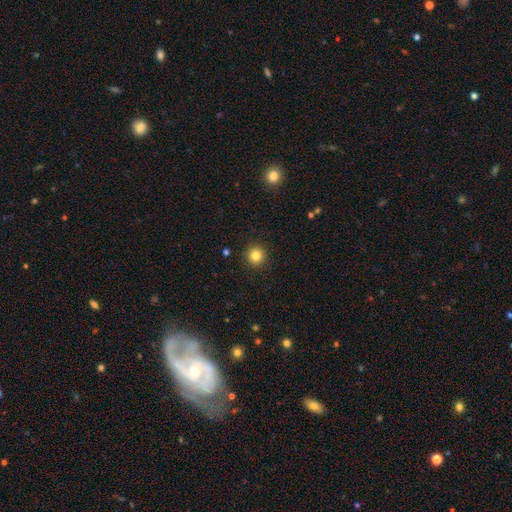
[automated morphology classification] This is clearly a smooth galaxy (83%). How rounded: clearly round (95%). Merging: clearly none (92%).